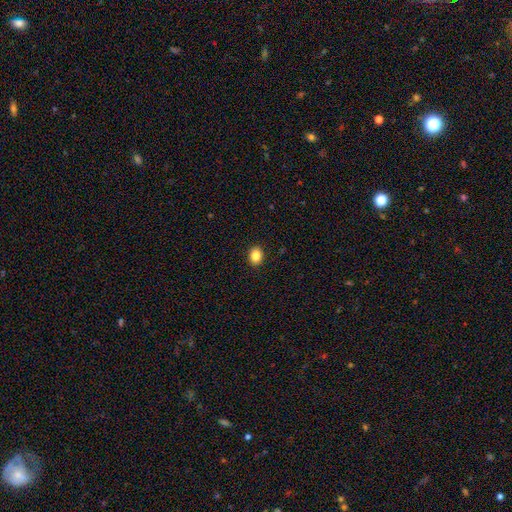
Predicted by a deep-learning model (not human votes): Q: Smooth or featured?
A: smooth (86%); runner-up: star or artifact (10%)
Q: How rounded?
A: in between (58%); runner-up: round (41%)
Q: Merging?
A: none (91%); runner-up: minor disturbance (6%)